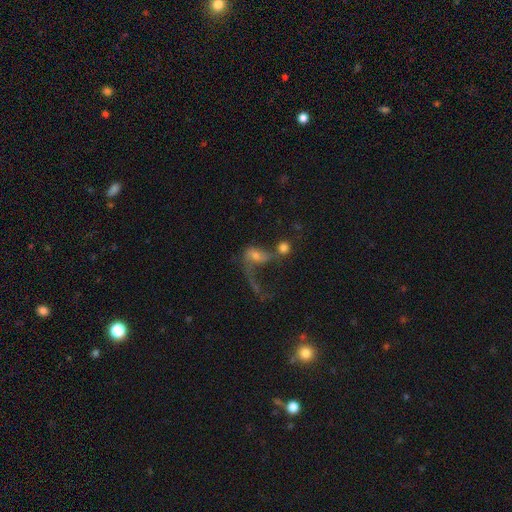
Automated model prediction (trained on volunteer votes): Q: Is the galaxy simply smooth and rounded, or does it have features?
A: featured or disk — 49%.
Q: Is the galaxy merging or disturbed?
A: merger — 42%.